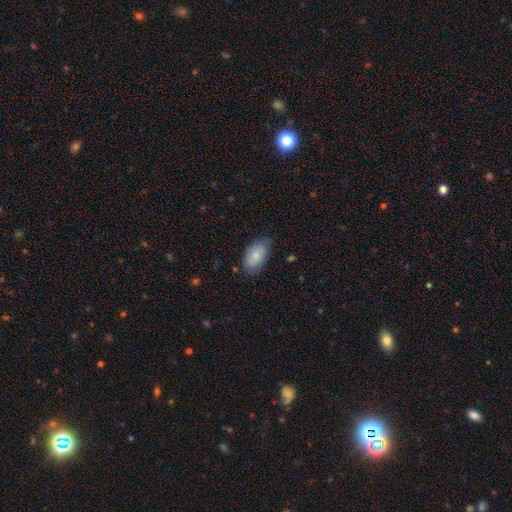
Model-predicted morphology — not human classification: A smooth galaxy with no disk features (78%) that is in between round and cigar-shaped (94%).

Vote fractions:
- Smooth or featured? smooth: 78% / featured or disk: 16% / star or artifact: 6%
- How rounded? in between: 94% / round: 5% / cigar-shaped: 2%
- Merging? none: 68% / minor disturbance: 25% / major disturbance: 5% / merger: 1%